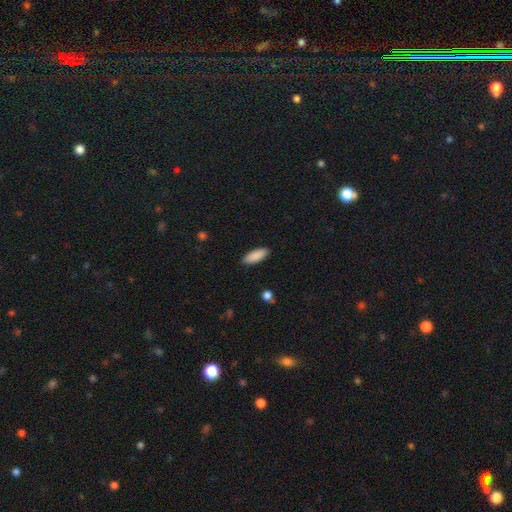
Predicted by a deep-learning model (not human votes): Smooth or featured?
  - smooth: 89% *
  - star or artifact: 6%
  - featured or disk: 5%
How rounded?
  - in between: 72% *
  - cigar-shaped: 26%
  - round: 2%
Merging?
  - none: 88% *
  - minor disturbance: 9%
  - major disturbance: 2%
  - merger: 1%